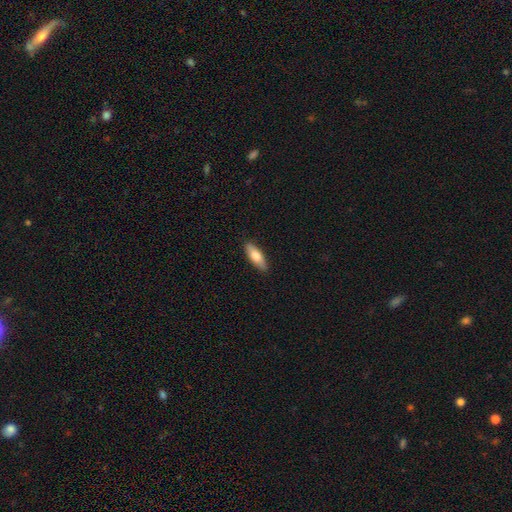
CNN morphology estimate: A smooth galaxy with no disk features (72%) that is in between round and cigar-shaped (61%).

Vote fractions:
- Smooth or featured? smooth: 72% / featured or disk: 23% / star or artifact: 5%
- How rounded? in between: 61% / cigar-shaped: 37% / round: 2%
- Merging? none: 89% / minor disturbance: 8% / major disturbance: 2% / merger: 1%